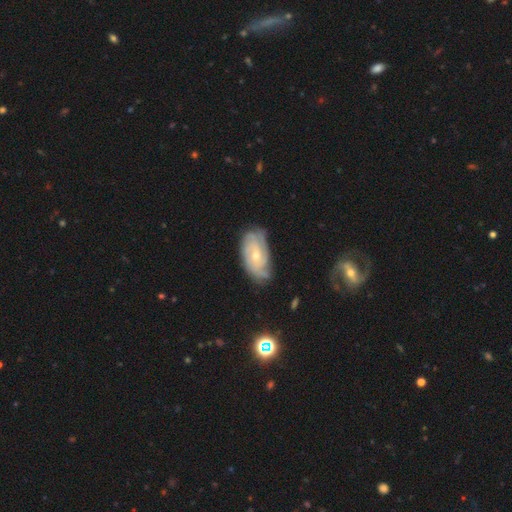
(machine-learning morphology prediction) Smooth or featured: featured or disk — 78% (smooth — 16%)
Edge-on disk: no — 94% (yes — 6%)
Bar: no — 68% (weak — 27%)
Spiral arms: yes — 93% (no — 7%)
Spiral winding: tight — 63% (medium — 28%)
Spiral arm count: can't tell — 38% (3 — 21%)
Bulge size: small — 62% (moderate — 35%)
Merging: none — 69% (minor disturbance — 22%)